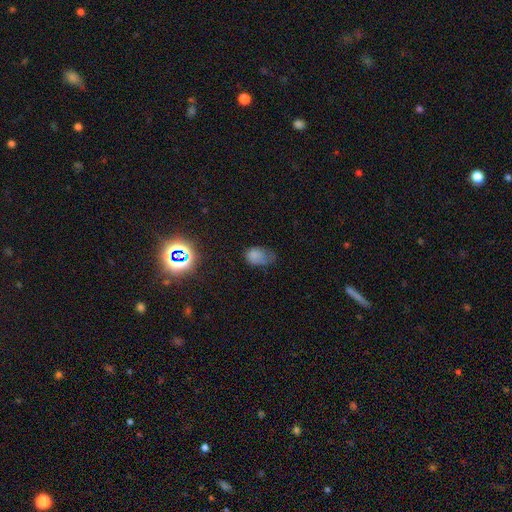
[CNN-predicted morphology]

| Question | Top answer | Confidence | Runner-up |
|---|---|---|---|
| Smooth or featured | smooth | 71% | star or artifact (16%) |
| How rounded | in between | 83% | round (16%) |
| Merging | minor disturbance | 37% | none (35%) |